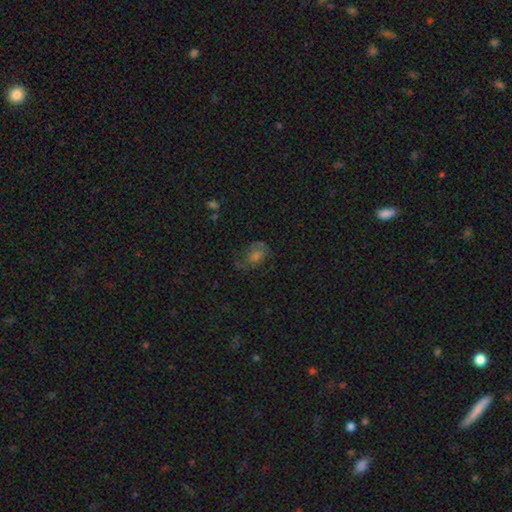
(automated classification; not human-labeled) smooth-or-featured: featured or disk: 42% | smooth: 34% | star or artifact: 24%
  merging: none: 59% | minor disturbance: 22% | major disturbance: 17% | merger: 2%